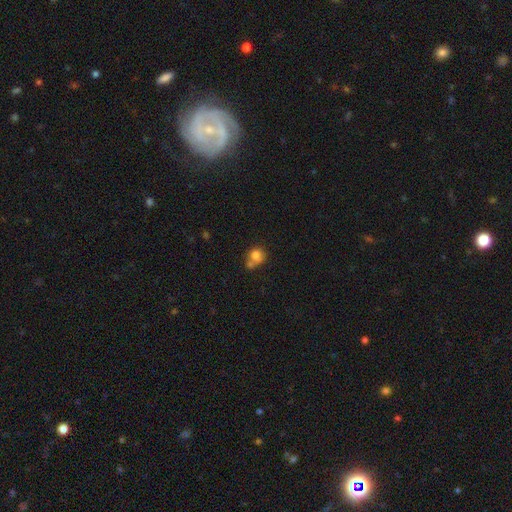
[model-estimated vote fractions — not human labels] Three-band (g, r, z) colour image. It shows a smooth galaxy with no disk features (76%) that is round (72%). Merging: merger (38%).